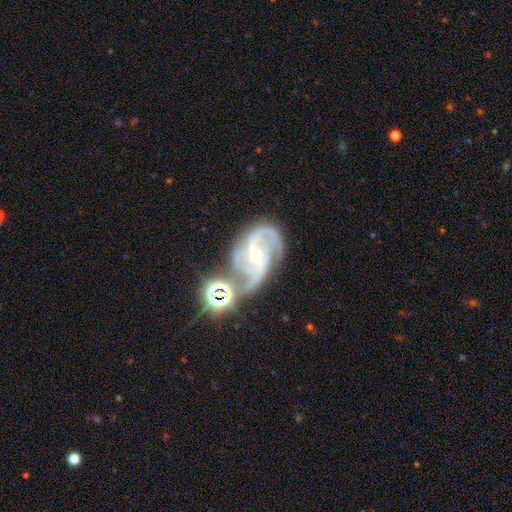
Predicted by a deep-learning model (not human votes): Morphology: type=featured or disk (88%); edge-on=no (97%); bar=no (46%); spiral arms=yes (98%); winding=medium (55%); arm count=2 (48%); bulge=small (74%); merging=none (50%).